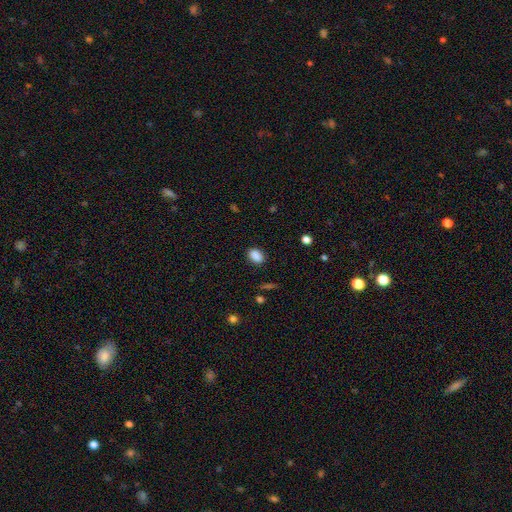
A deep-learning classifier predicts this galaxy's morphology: Smooth or featured? Predicted: smooth (p=0.87). How rounded? Predicted: in between (p=0.75). Merging? Predicted: none (p=0.85).